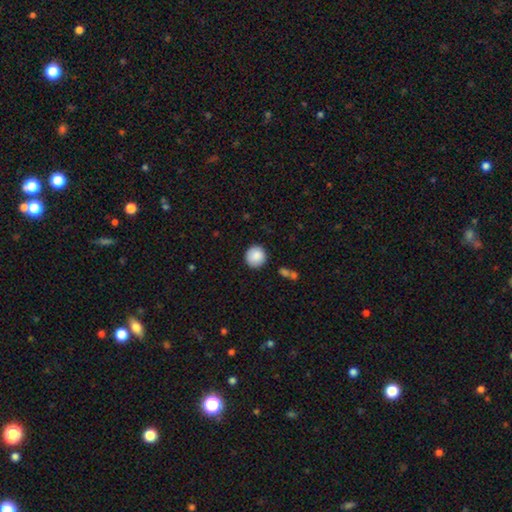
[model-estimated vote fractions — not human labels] Morphology: type=smooth (88%); roundness=round (94%); merging=none (88%).